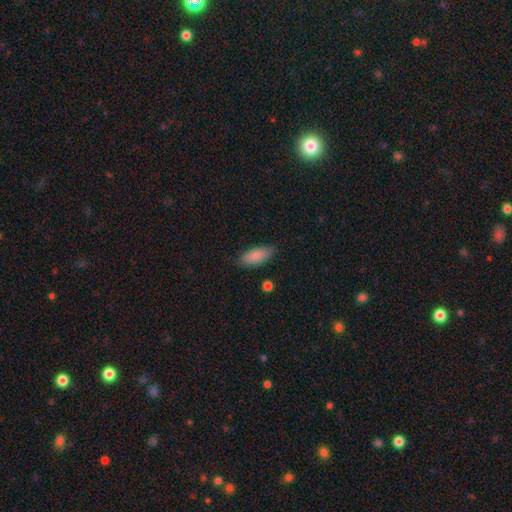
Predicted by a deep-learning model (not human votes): smooth 86%, featured or disk 8%, star or artifact 6%. Down the decision tree: how rounded — in between (80%); merging — none (84%).